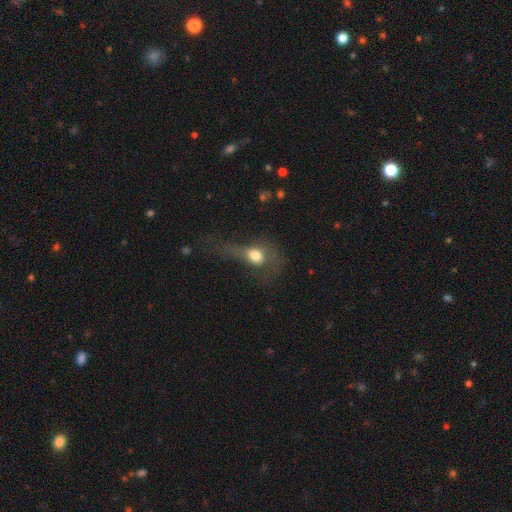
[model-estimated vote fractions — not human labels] Overall: smooth (64%). How rounded: in between (52%; round 42%). Merging: major disturbance (52%; none 23%).